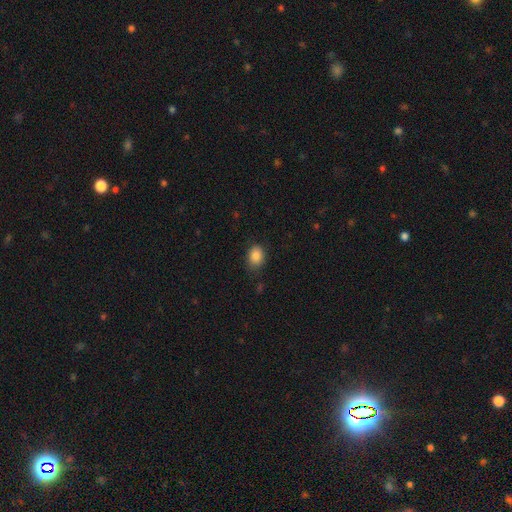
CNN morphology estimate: type=smooth (87%); roundness=in between (65%); merging=none (80%).